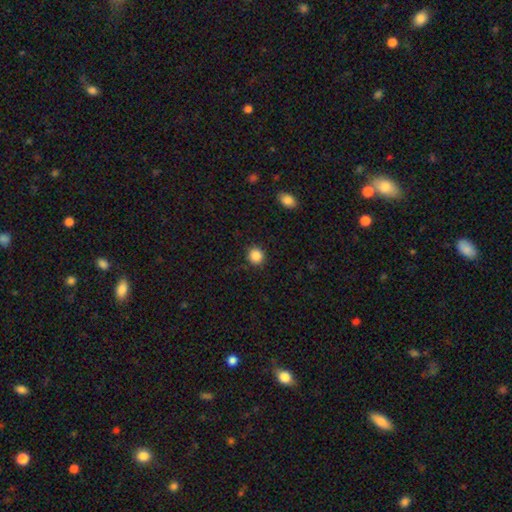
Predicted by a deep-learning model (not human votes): Q: Smooth or featured?
A: smooth (87%); runner-up: star or artifact (10%)
Q: How rounded?
A: round (90%); runner-up: in between (9%)
Q: Merging?
A: none (90%); runner-up: minor disturbance (7%)